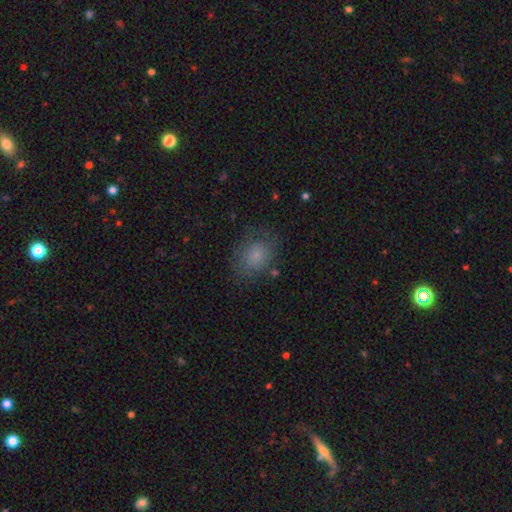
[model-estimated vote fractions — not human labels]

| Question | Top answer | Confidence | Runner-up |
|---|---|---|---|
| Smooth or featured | smooth | 73% | featured or disk (16%) |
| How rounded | in between | 59% | round (40%) |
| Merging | none | 69% | minor disturbance (20%) |